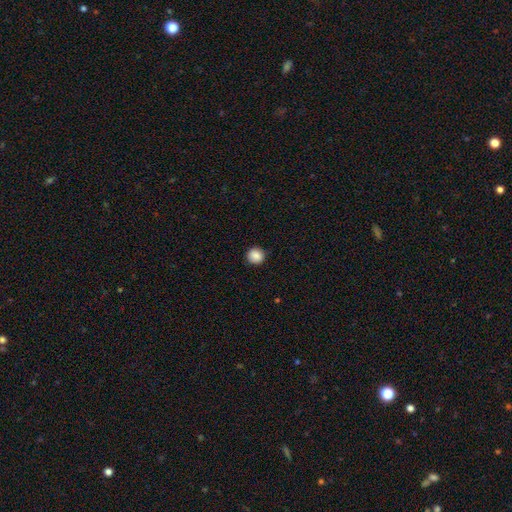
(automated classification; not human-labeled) Smooth or featured?
  - smooth: 88% *
  - star or artifact: 9%
  - featured or disk: 3%
How rounded?
  - round: 91% *
  - in between: 8%
  - cigar-shaped: 1%
Merging?
  - none: 90% *
  - minor disturbance: 7%
  - major disturbance: 2%
  - merger: 1%